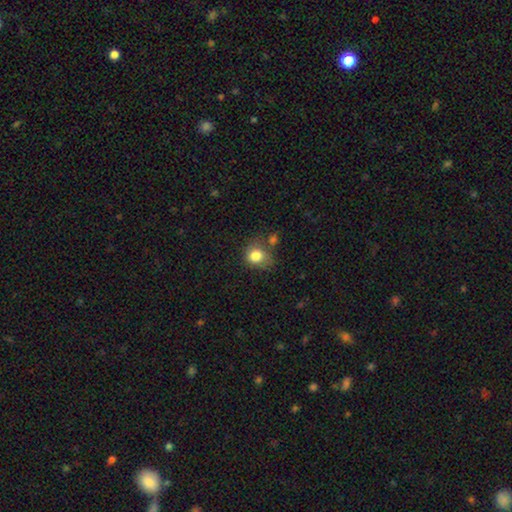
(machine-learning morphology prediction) smooth_or_featured: smooth (p=0.82) [alt: star or artifact p=0.10]
how_rounded: round (p=0.67) [alt: in between p=0.32]
merging: none (p=0.46) [alt: minor disturbance p=0.28]